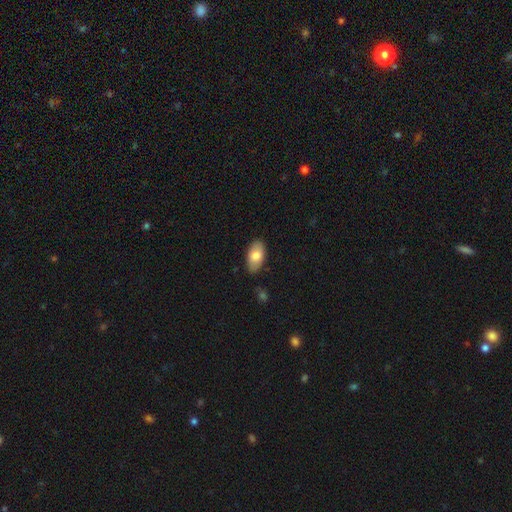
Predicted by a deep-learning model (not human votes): This appears to be a smooth galaxy with no disk features (78%) that is in between round and cigar-shaped (94%). Merging: none (83%).